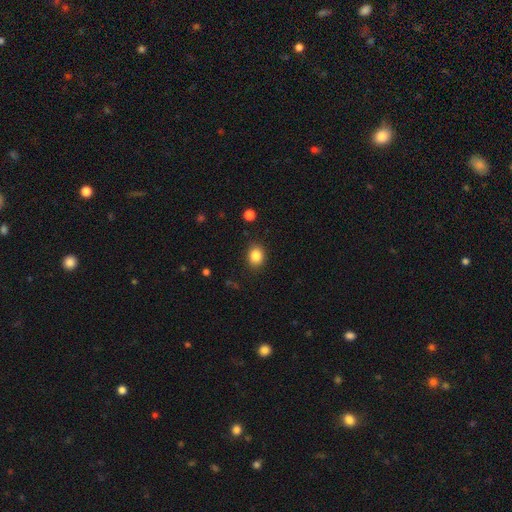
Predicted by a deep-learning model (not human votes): A smooth galaxy with no disk features (85%) that is round (55%).

Vote fractions:
- Smooth or featured? smooth: 85% / star or artifact: 10% / featured or disk: 5%
- How rounded? round: 55% / in between: 44% / cigar-shaped: 1%
- Merging? none: 86% / minor disturbance: 10% / major disturbance: 3% / merger: 1%